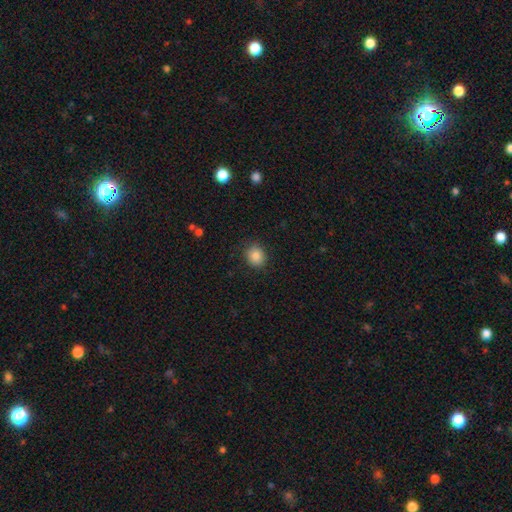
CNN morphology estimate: smooth_or_featured: smooth (p=0.84) [alt: star or artifact p=0.10]
how_rounded: round (p=0.72) [alt: in between p=0.27]
merging: none (p=0.87) [alt: minor disturbance p=0.09]